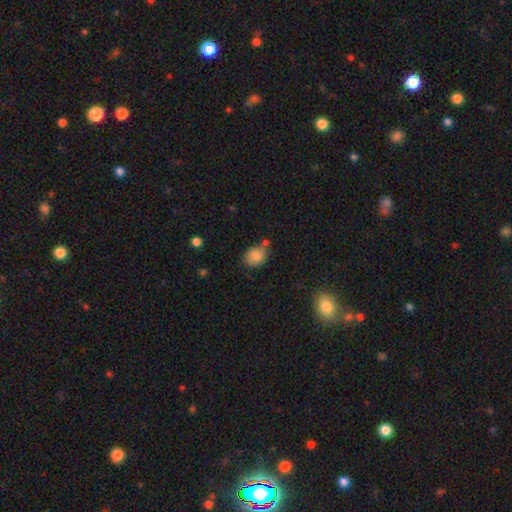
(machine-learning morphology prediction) This appears to be a smooth galaxy with no disk features (83%) that is in between round and cigar-shaped (58%). Merging: none (62%).